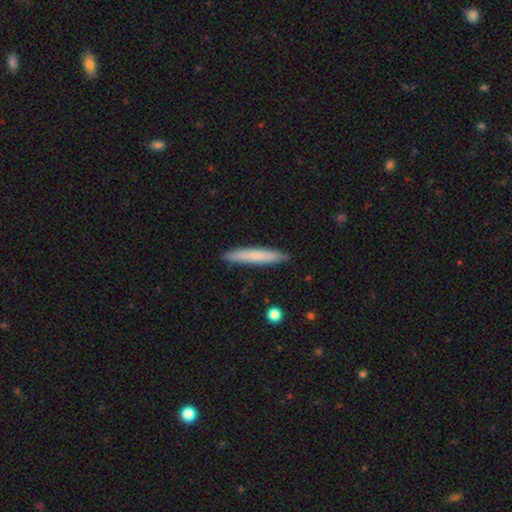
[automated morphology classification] smooth 73%, featured or disk 21%, star or artifact 5%. Down the decision tree: how rounded — cigar-shaped (94%); merging — none (91%).